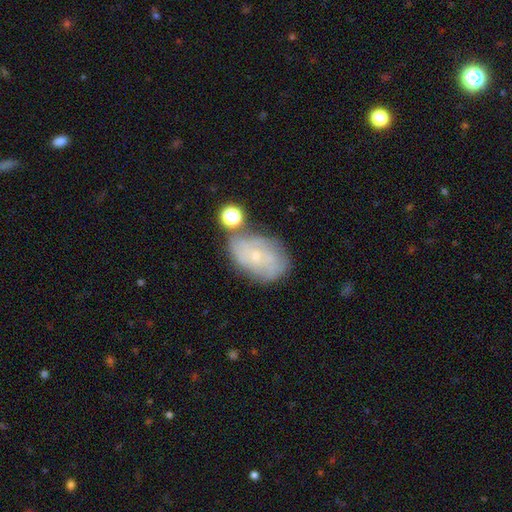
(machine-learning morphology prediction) smooth-or-featured: featured or disk: 59% | smooth: 31% | star or artifact: 10%
  disk-edge-on: no: 96% | yes: 4%
    bar: no: 78% | weak: 19% | strong: 3%
    has-spiral-arms: yes: 74% | no: 26%
    bulge-size: small: 75% | moderate: 19% | none: 4% | large: 1% | dominant: 1%
  merging: none: 53% | minor disturbance: 24% | merger: 13% | major disturbance: 10%